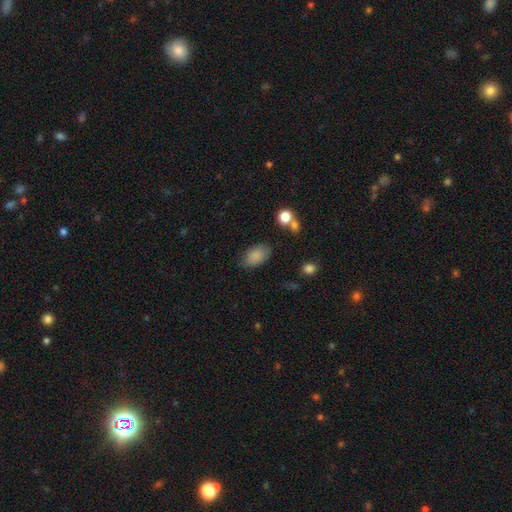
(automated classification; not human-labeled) This is clearly a smooth galaxy (86%). How rounded: clearly in between (91%). Merging: likely none (75%).